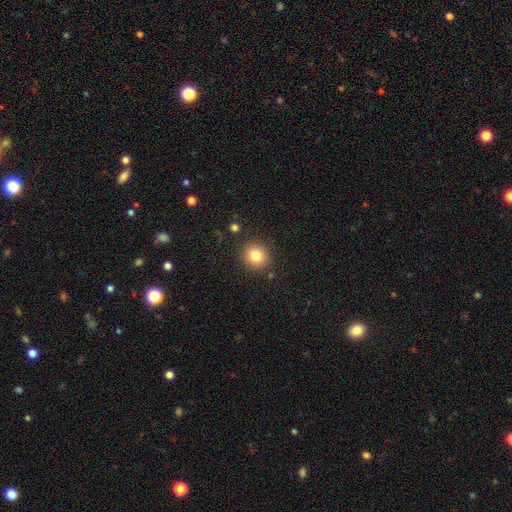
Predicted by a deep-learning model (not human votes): Q: Smooth or featured?
A: smooth (82%); runner-up: star or artifact (11%)
Q: How rounded?
A: round (91%); runner-up: in between (8%)
Q: Merging?
A: none (88%); runner-up: minor disturbance (7%)